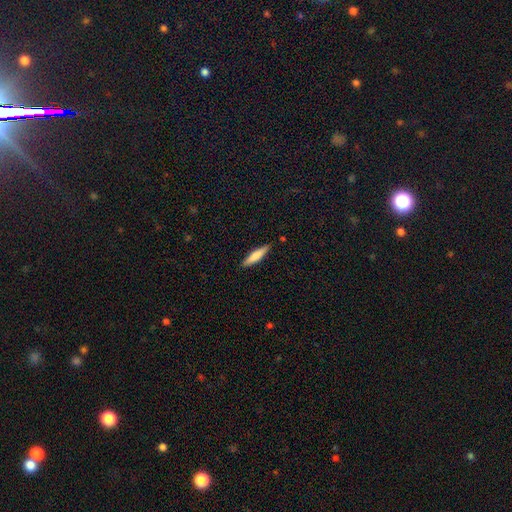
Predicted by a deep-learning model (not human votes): Morphology: type=smooth (71%); roundness=cigar-shaped (82%); merging=none (88%).